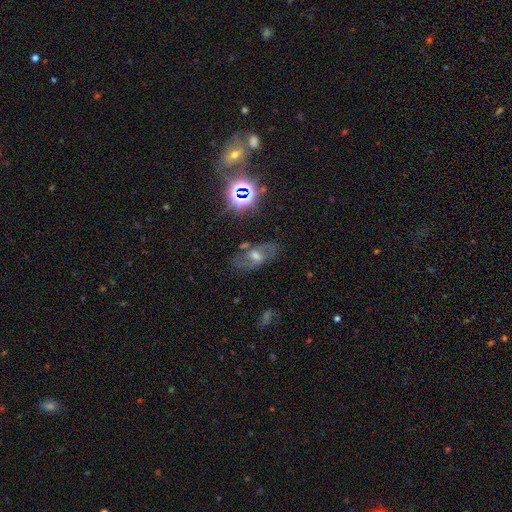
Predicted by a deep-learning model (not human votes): Overall: featured or disk (55%; star or artifact 23%). Edge-on disk: no (89%). Merging: none (72%).